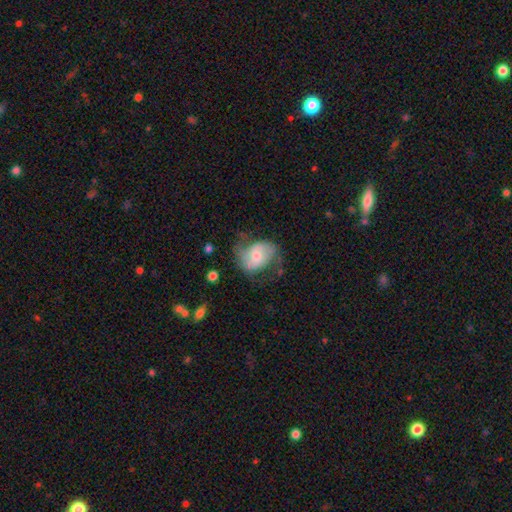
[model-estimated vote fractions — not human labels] This appears to be a featured or disk galaxy (54%) with no bar (49%), spiral arms (78%) and a moderate central bulge (51%). Merging: none (49%).